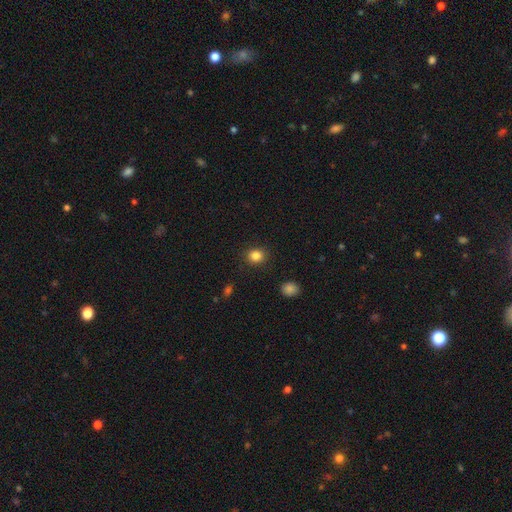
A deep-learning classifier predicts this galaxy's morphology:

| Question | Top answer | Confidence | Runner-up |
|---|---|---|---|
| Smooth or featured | smooth | 84% | star or artifact (11%) |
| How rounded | round | 73% | in between (26%) |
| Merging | none | 89% | minor disturbance (7%) |